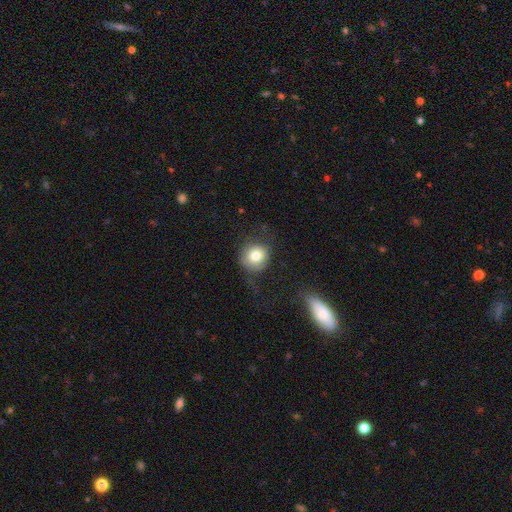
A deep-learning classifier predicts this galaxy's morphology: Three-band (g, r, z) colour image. It shows a smooth galaxy with no disk features (78%) that is round (87%). Merging: none (68%).